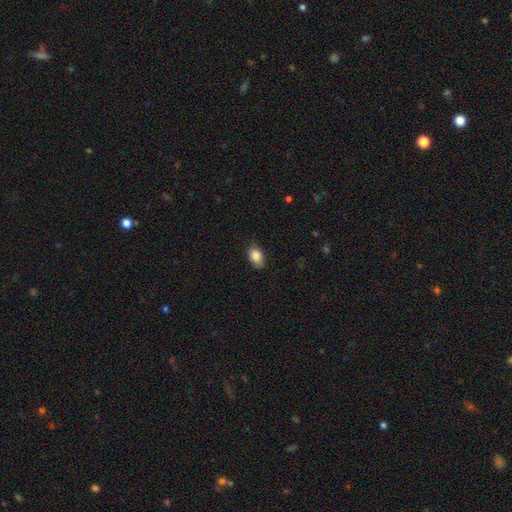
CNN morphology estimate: Smooth or featured? smooth (86%)
How rounded? in between (87%)
Merging? none (81%)